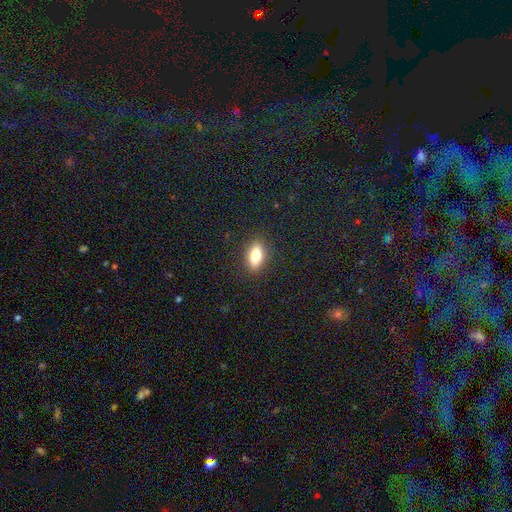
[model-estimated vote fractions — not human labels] Morphology: type=smooth (79%); roundness=in between (82%); merging=none (88%).